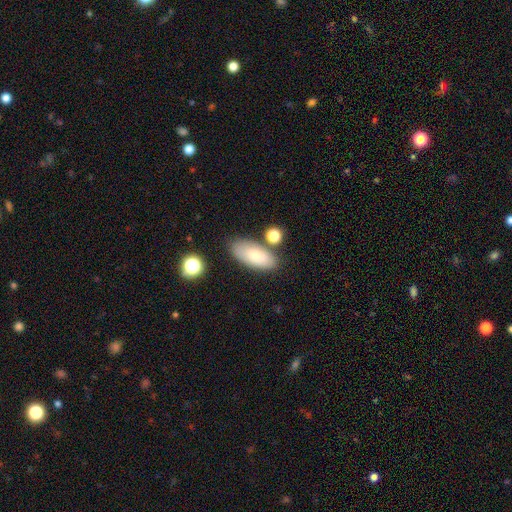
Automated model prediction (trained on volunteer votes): smooth-or-featured: smooth: 78% | featured or disk: 15% | star or artifact: 8%
  how-rounded: in between: 87% | cigar-shaped: 10% | round: 3%
  merging: none: 74% | minor disturbance: 14% | merger: 8% | major disturbance: 4%